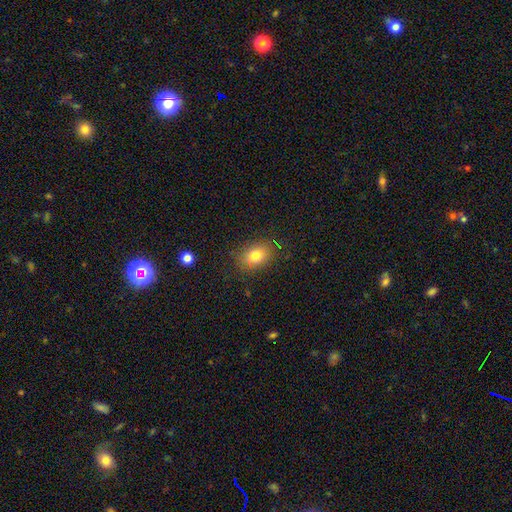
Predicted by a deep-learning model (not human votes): A smooth galaxy with no disk features (79%) that is in between round and cigar-shaped (72%). Merging: none (81%).